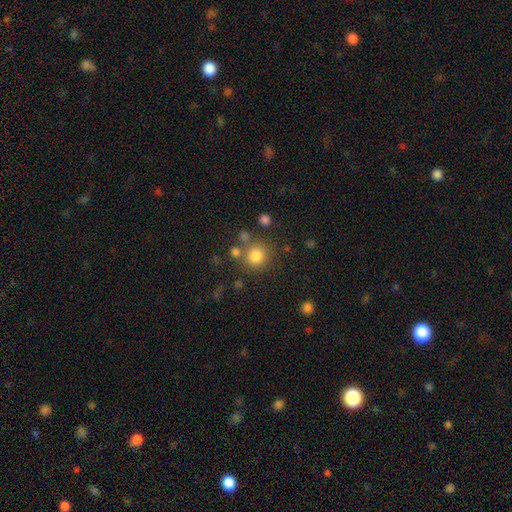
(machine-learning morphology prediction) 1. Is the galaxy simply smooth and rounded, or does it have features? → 80% smooth, 13% star or artifact, 7% featured or disk.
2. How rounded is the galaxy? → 91% round, 8% in between, 1% cigar-shaped.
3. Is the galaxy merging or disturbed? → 74% none, 12% merger, 10% minor disturbance, 5% major disturbance.